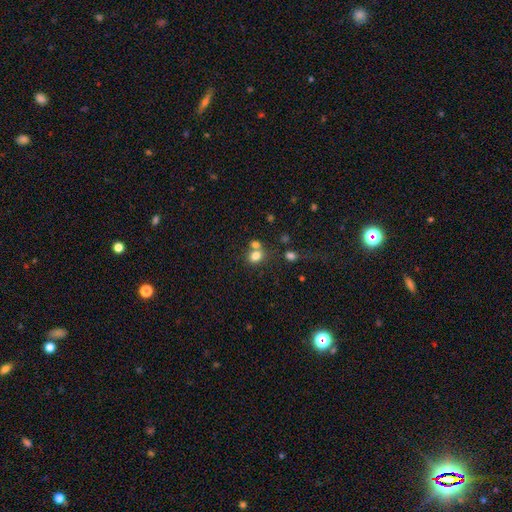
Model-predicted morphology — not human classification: Smooth or featured: smooth — 78% (star or artifact — 13%)
How rounded: round — 58% (in between — 41%)
Merging: none — 50% (merger — 36%)